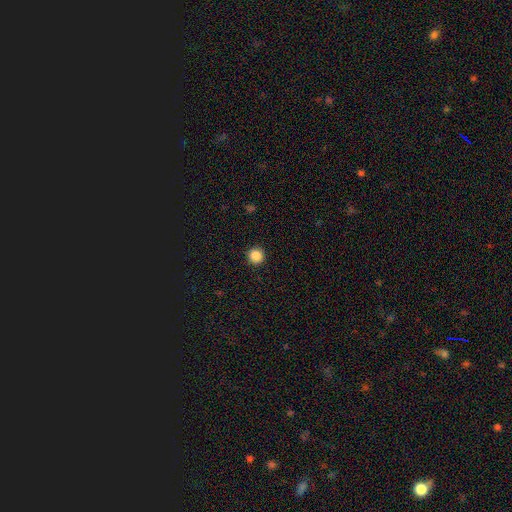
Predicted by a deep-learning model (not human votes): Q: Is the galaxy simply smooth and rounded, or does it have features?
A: smooth — 87%.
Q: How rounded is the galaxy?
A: round — 96%.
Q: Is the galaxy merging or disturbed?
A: none — 93%.